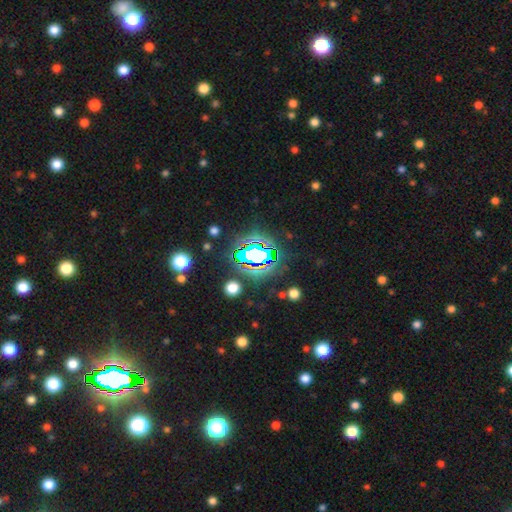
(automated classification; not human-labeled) smooth_or_featured: star or artifact (p=0.64) [alt: smooth p=0.21]